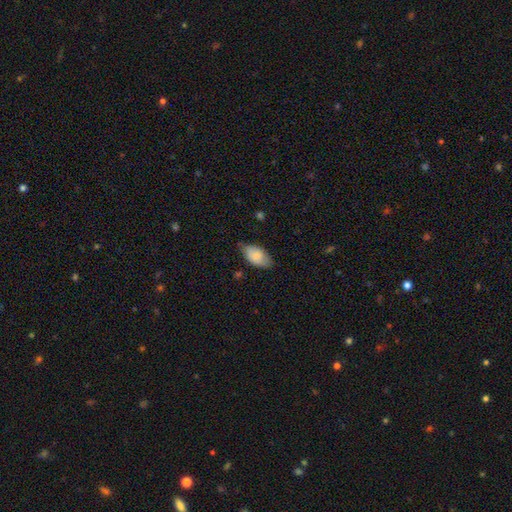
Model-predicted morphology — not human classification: This appears to be a smooth galaxy with no disk features (80%) that is in between round and cigar-shaped (94%). Merging: none (65%).